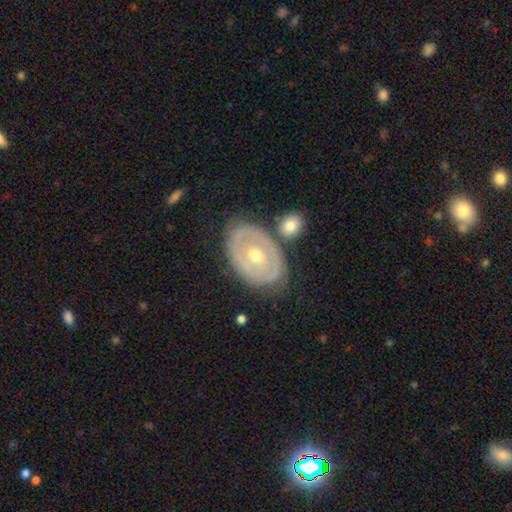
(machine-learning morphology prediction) type=featured or disk (69%); edge-on=no (93%); bar=no (74%); spiral arms=no (68%); bulge=moderate (66%); merging=none (71%).